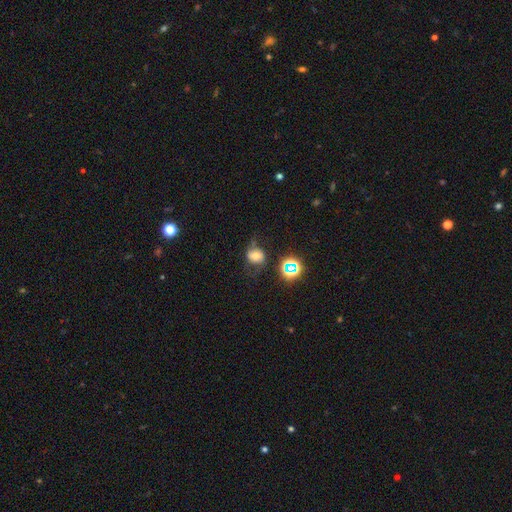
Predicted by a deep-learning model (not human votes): Smooth or featured? smooth (50%)
How rounded? round (67%)
Merging? none (52%)